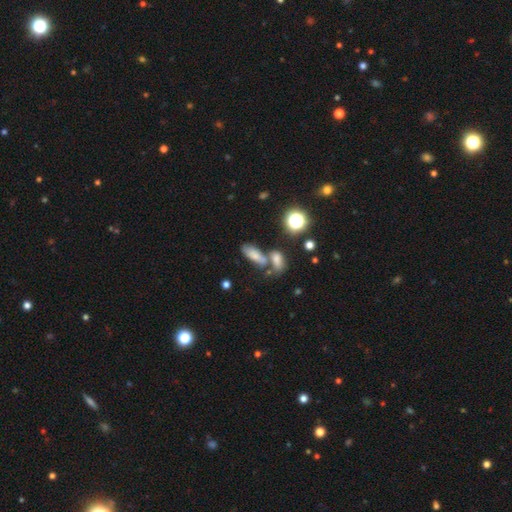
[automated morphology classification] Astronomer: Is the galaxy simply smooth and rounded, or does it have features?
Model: smooth — 71%.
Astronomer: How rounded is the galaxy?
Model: in between — 71%.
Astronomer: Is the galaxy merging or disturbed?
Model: none — 44% (runner-up: merger, 39%).